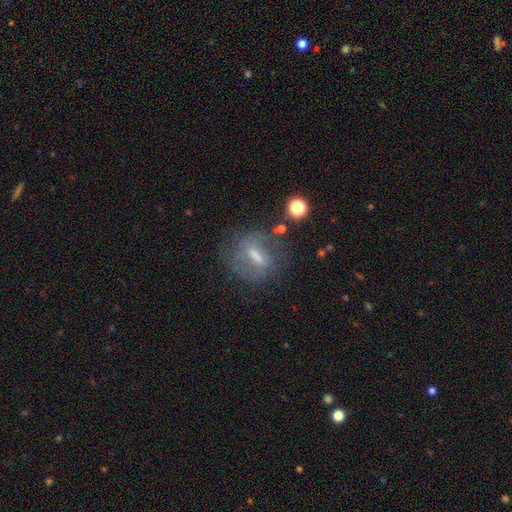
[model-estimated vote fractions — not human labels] A featured or disk galaxy (53%). Merging: none (63%).